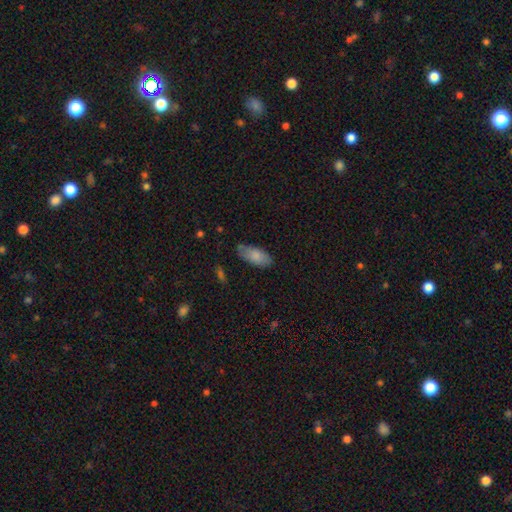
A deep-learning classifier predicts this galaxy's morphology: Q: Smooth or featured?
A: smooth (82%); runner-up: featured or disk (12%)
Q: How rounded?
A: in between (89%); runner-up: cigar-shaped (9%)
Q: Merging?
A: none (73%); runner-up: minor disturbance (20%)